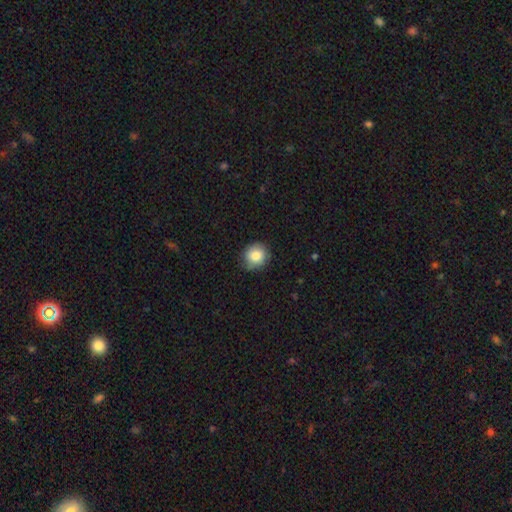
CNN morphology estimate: A smooth galaxy with no disk features (84%) that is round (86%).

Vote fractions:
- Smooth or featured? smooth: 84% / star or artifact: 8% / featured or disk: 8%
- How rounded? round: 86% / in between: 13% / cigar-shaped: 1%
- Merging? none: 78% / minor disturbance: 18% / major disturbance: 3% / merger: 1%